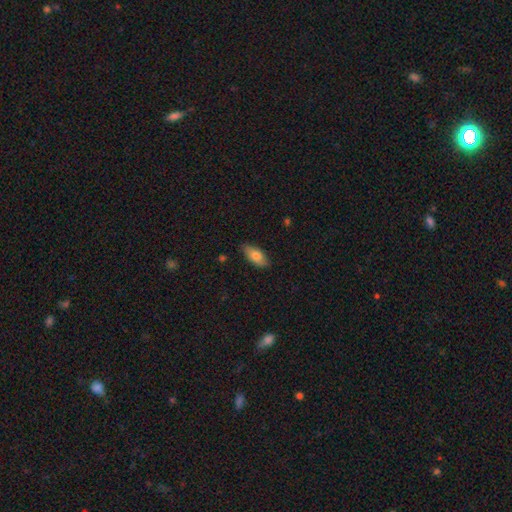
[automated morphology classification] smooth_or_featured: smooth (p=0.79) [alt: featured or disk p=0.15]
how_rounded: in between (p=0.84) [alt: cigar-shaped p=0.14]
merging: none (p=0.85) [alt: minor disturbance p=0.12]